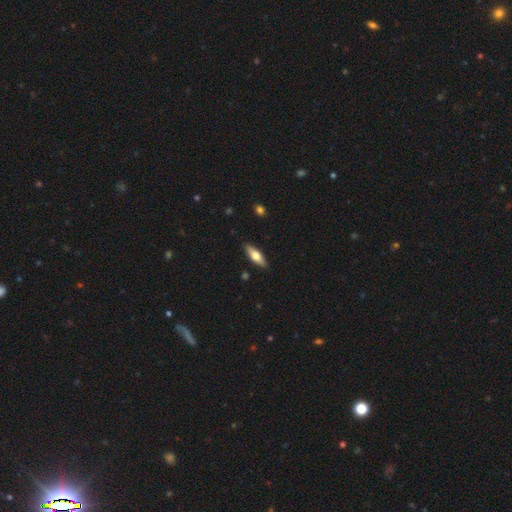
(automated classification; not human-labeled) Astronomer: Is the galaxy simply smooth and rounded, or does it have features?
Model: smooth — 60%.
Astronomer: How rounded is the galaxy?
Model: in between — 57% (runner-up: cigar-shaped, 41%).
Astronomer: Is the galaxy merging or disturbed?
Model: none — 89%.